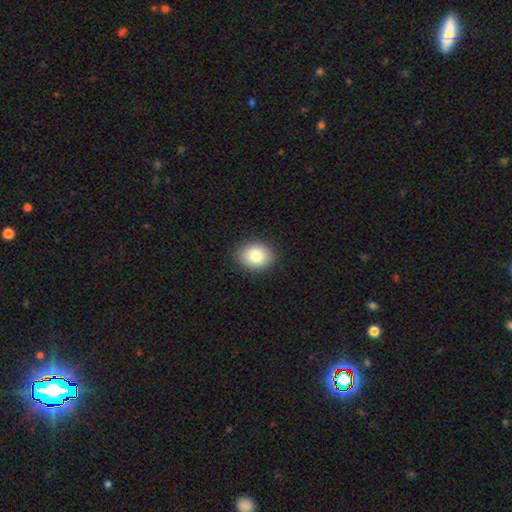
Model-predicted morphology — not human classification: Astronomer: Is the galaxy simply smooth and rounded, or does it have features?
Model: smooth — 83%.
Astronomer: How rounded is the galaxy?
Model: in between — 51% (runner-up: round, 48%).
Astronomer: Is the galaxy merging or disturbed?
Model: none — 89%.